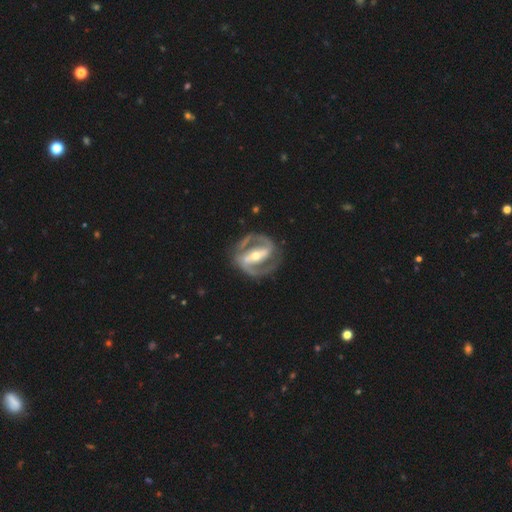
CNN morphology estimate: Smooth or featured? Predicted: featured or disk (p=0.91). Edge-on disk? Predicted: no (p=0.96). Bar? Predicted: strong (p=0.72). Spiral arms? Predicted: yes (p=0.95). Spiral winding? Predicted: medium (p=0.52). Spiral arm count? Predicted: 2 (p=0.92). Bulge size? Predicted: moderate (p=0.57). Merging? Predicted: none (p=0.83).